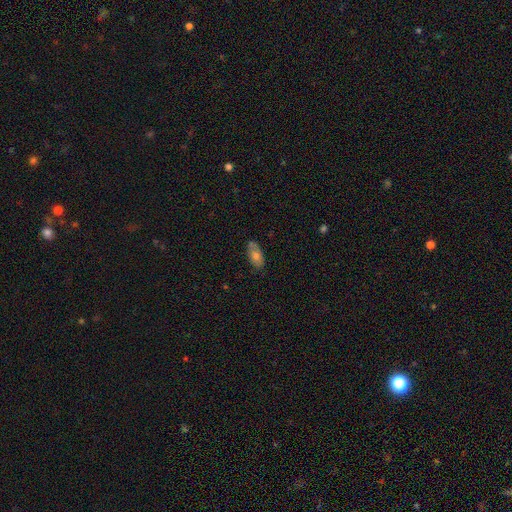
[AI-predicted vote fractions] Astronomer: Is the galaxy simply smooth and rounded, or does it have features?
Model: smooth — 61%.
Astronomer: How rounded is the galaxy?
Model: in between — 89%.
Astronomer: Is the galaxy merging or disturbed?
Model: none — 74%.